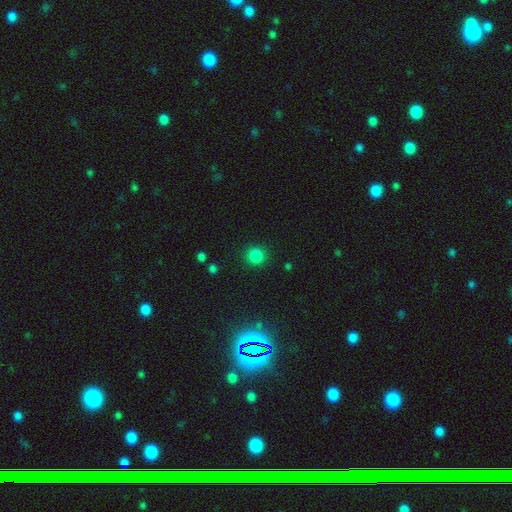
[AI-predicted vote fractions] The model was most divided on "smooth or featured": smooth: 83%, star or artifact: 13%, featured or disk: 4%. More confident: how rounded — round (92%); merging — none (90%).